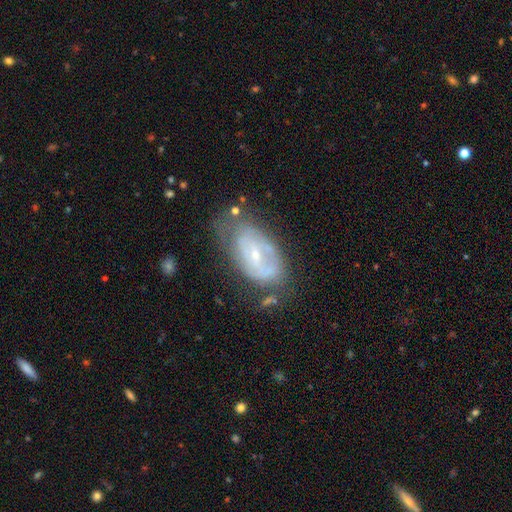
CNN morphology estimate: Smooth or featured? featured or disk (70%)
Edge-on disk? no (94%)
Bar? weak (43%)
Spiral arms? yes (61%)
Bulge size? small (71%)
Merging? none (47%)